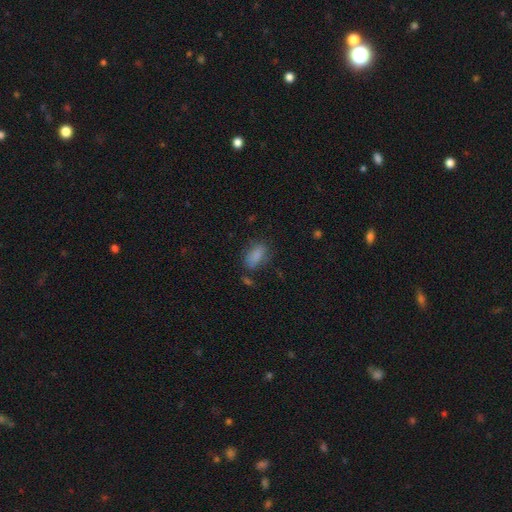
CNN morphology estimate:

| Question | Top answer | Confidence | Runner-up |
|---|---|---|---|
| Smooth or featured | smooth | 81% | star or artifact (10%) |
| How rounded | in between | 88% | round (7%) |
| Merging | none | 63% | minor disturbance (22%) |